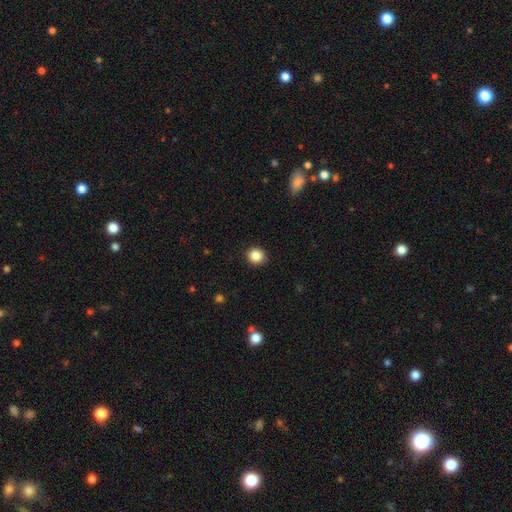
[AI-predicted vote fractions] The model was most divided on "how rounded": round: 84%, in between: 16%, cigar-shaped: 1%. More confident: merging — none (91%); smooth or featured — smooth (86%).